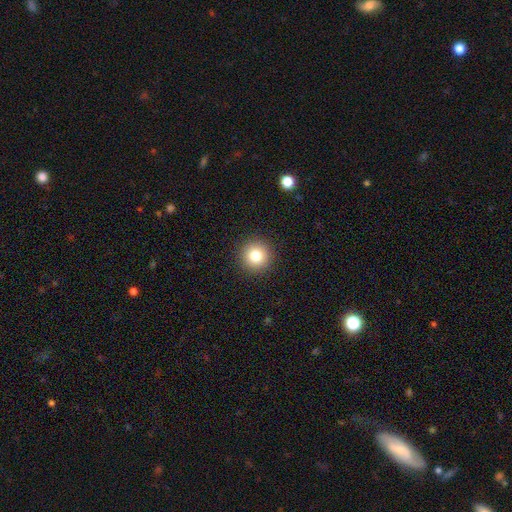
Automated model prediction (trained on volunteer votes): The model was most divided on "smooth or featured": smooth: 79%, star or artifact: 12%, featured or disk: 9%. More confident: how rounded — round (96%); merging — none (92%).